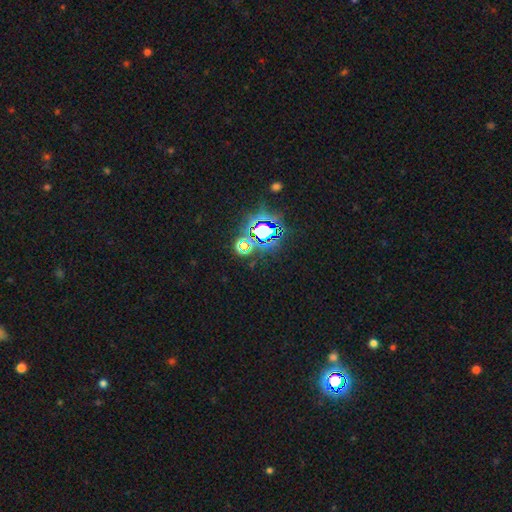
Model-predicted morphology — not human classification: Overall: star or artifact (77%).